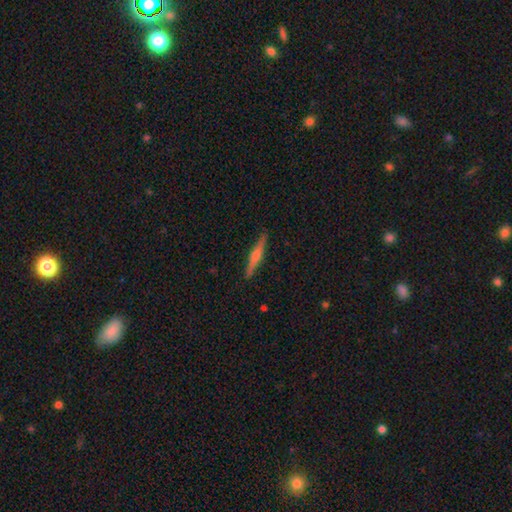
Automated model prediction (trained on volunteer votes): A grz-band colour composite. It shows a featured or disk galaxy (63%) viewed edge-on (98%) with a rounded central bulge (79%). Merging: none (90%).